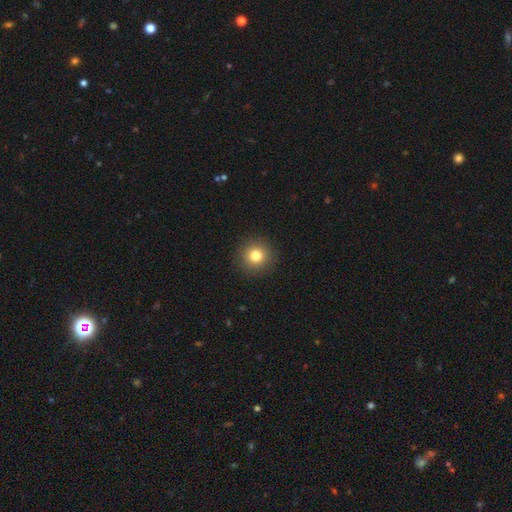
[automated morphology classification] This appears to be a smooth galaxy with no disk features (81%) that is round (94%). Merging: none (92%).